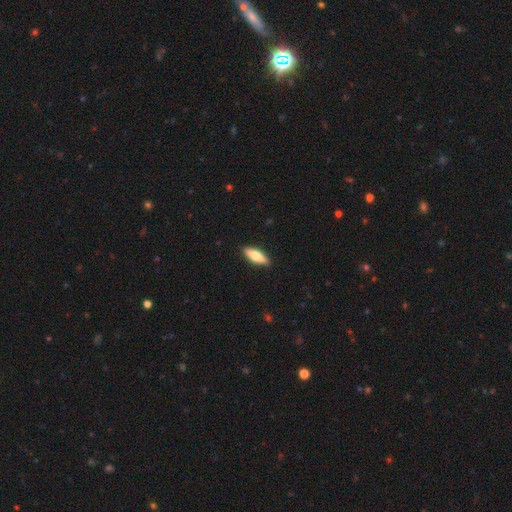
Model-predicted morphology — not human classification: Q: Smooth or featured?
A: smooth (67%); runner-up: featured or disk (27%)
Q: How rounded?
A: in between (61%); runner-up: cigar-shaped (36%)
Q: Merging?
A: none (89%); runner-up: minor disturbance (8%)